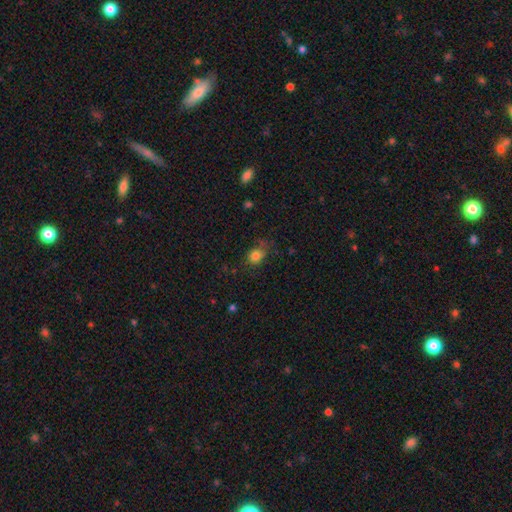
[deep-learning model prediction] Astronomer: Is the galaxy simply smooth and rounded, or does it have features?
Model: smooth — 81%.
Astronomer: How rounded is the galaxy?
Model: round — 52% (runner-up: in between, 47%).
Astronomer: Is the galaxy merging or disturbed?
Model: none — 59%.